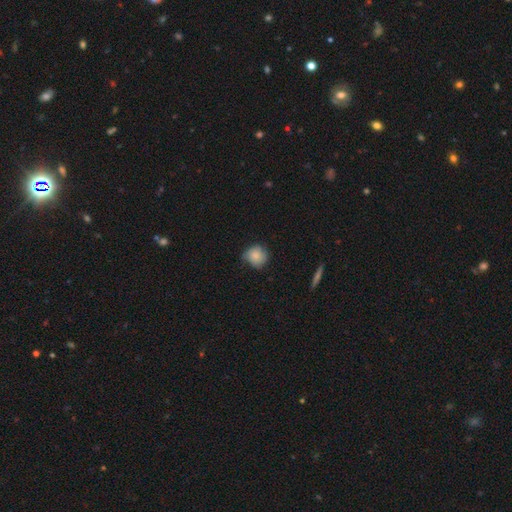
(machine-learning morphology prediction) type=smooth (81%); roundness=round (85%); merging=none (60%).